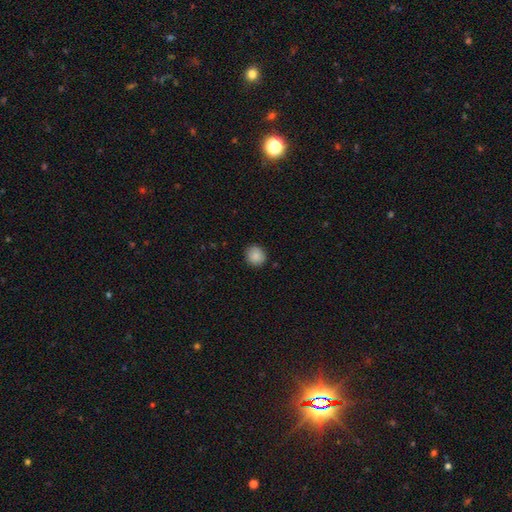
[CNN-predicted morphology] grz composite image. It shows a smooth galaxy with no disk features (88%) that is round (84%). Merging: none (88%).